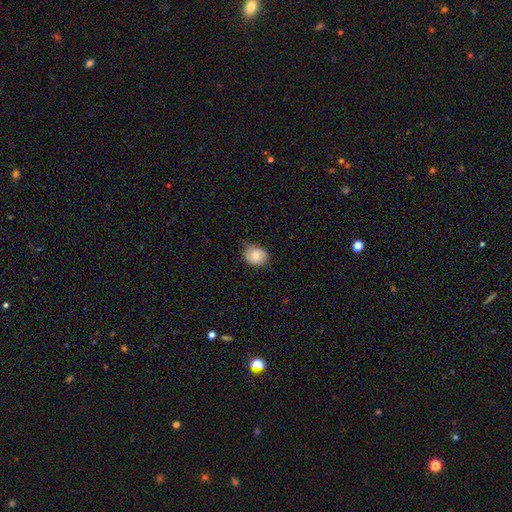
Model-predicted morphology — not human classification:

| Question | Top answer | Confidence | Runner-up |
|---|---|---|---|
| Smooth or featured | smooth | 80% | featured or disk (13%) |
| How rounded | round | 58% | in between (41%) |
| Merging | none | 67% | minor disturbance (27%) |